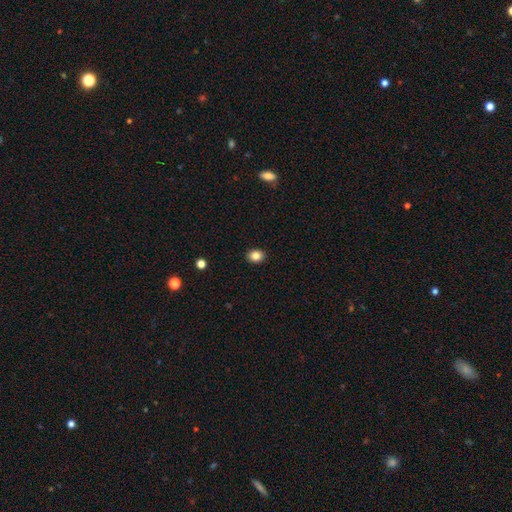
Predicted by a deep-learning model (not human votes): The model was most divided on "how rounded": round: 54%, in between: 46%, cigar-shaped: 1%. More confident: merging — none (91%); smooth or featured — smooth (84%).